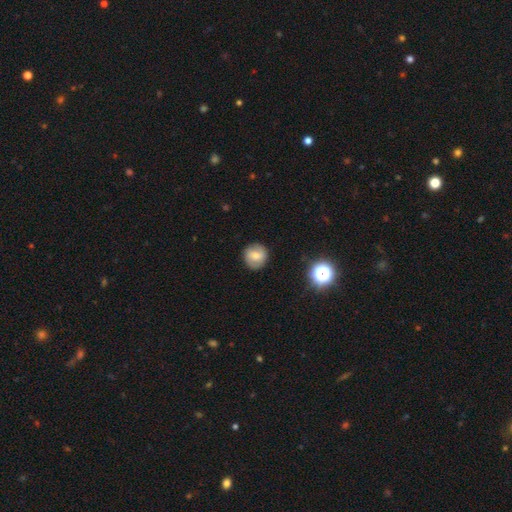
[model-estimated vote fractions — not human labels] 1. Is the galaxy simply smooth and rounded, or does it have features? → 57% smooth, 33% featured or disk, 11% star or artifact.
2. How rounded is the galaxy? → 88% round, 11% in between, 1% cigar-shaped.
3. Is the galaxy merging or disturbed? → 85% none, 10% minor disturbance, 3% major disturbance, 1% merger.